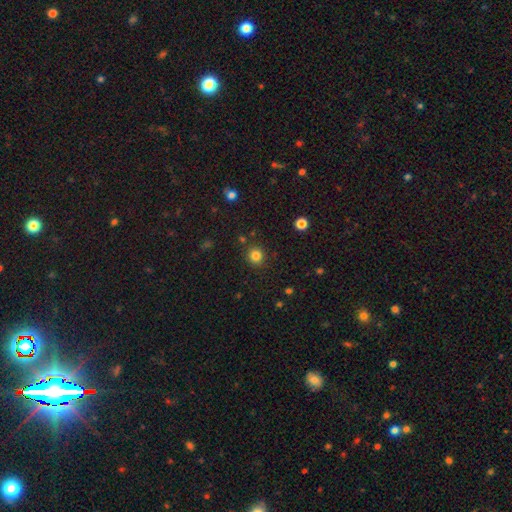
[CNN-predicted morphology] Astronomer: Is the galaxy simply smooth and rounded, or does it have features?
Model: smooth — 82%.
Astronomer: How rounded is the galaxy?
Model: round — 89%.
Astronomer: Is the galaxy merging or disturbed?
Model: none — 88%.